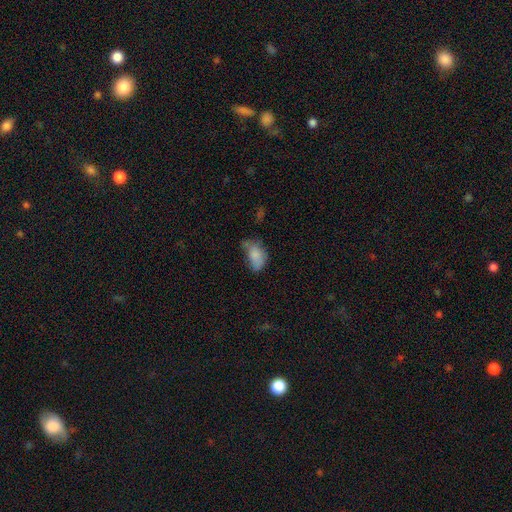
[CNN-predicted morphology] smooth_or_featured: smooth (p=0.77) [alt: featured or disk p=0.13]
how_rounded: in between (p=0.86) [alt: round p=0.12]
merging: minor disturbance (p=0.34) [tied with: none p=0.34]